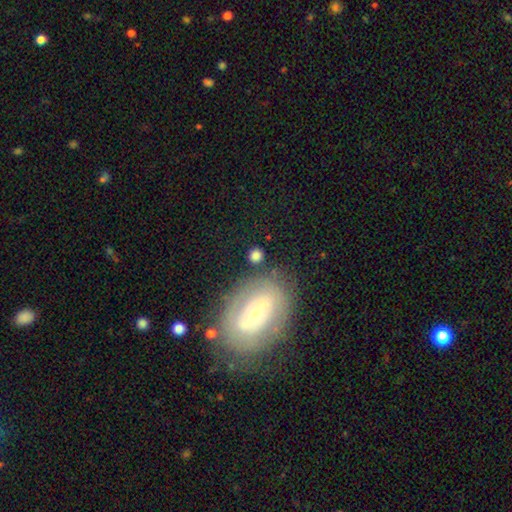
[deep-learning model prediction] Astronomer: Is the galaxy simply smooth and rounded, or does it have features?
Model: smooth — 74%.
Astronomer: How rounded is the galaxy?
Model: round — 79%.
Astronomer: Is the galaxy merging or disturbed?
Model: none — 79%.